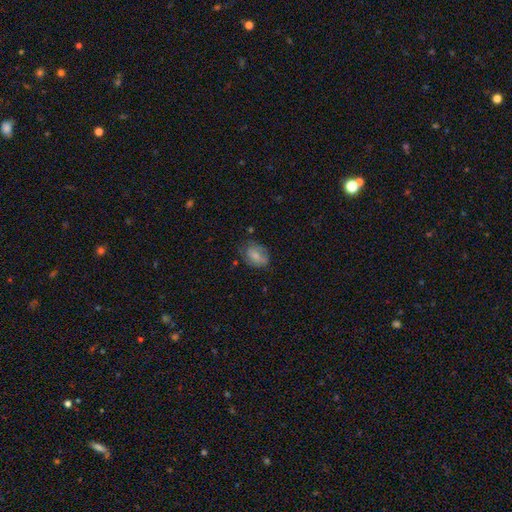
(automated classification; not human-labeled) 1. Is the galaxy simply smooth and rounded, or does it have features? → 68% smooth, 24% featured or disk, 8% star or artifact.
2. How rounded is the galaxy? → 69% in between, 29% round, 1% cigar-shaped.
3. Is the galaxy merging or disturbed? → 59% none, 28% minor disturbance, 11% major disturbance, 3% merger.